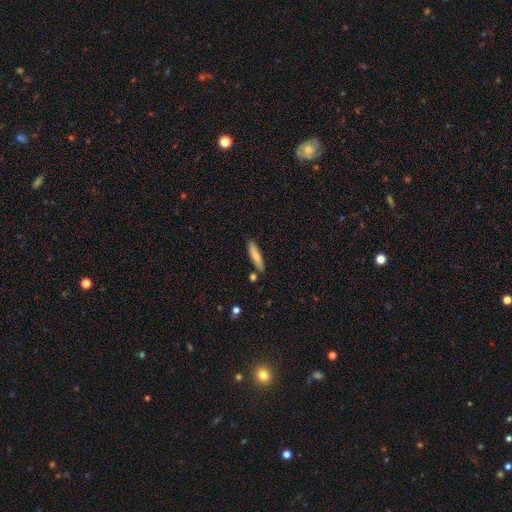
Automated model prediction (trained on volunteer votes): A smooth galaxy with no disk features (77%) that is cigar-shaped (80%).

Vote fractions:
- Smooth or featured? smooth: 77% / featured or disk: 17% / star or artifact: 6%
- How rounded? cigar-shaped: 80% / in between: 18% / round: 2%
- Merging? none: 82% / minor disturbance: 11% / merger: 5% / major disturbance: 2%